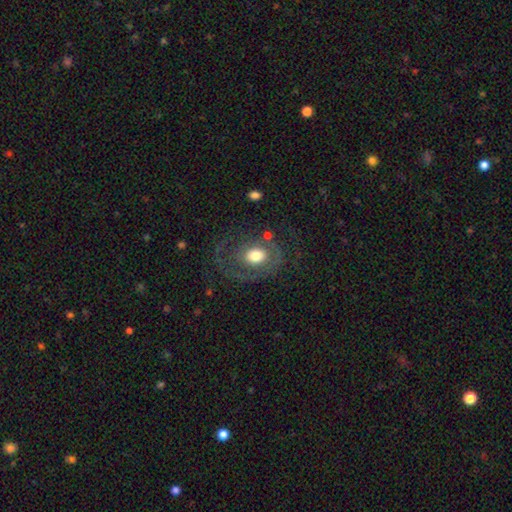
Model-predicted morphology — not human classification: Overall: featured or disk (55%; smooth 37%). Edge-on disk: no (96%). Bar: no (82%). Spiral arms: yes (57%; no 43%). Bulge size: moderate (59%; large 29%). Merging: none (57%; major disturbance 22%).